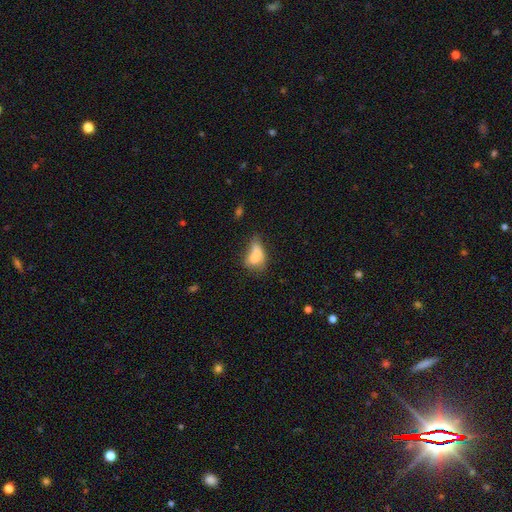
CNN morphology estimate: Smooth or featured?
  - smooth: 68% *
  - featured or disk: 21%
  - star or artifact: 11%
How rounded?
  - in between: 80% *
  - round: 13%
  - cigar-shaped: 7%
Merging?
  - major disturbance: 28% * (tied)
  - minor disturbance: 28% * (tied)
  - none: 24%
  - merger: 21%